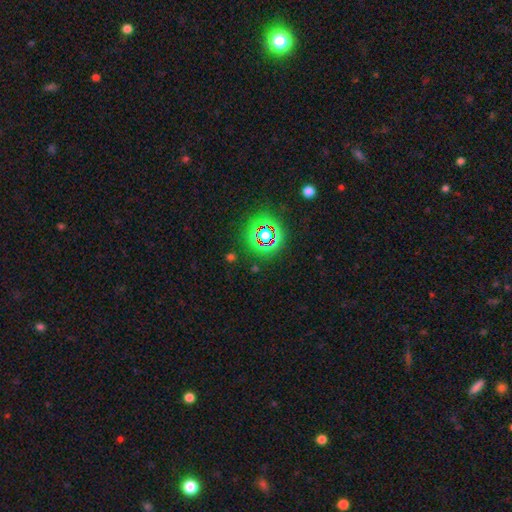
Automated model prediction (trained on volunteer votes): star or artifact 52%, smooth 37%, featured or disk 11%.